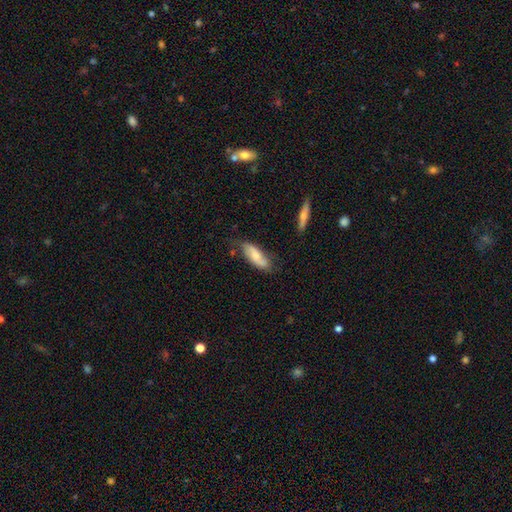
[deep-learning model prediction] Morphology: type=smooth (56%); roundness=in between (65%); merging=none (59%).